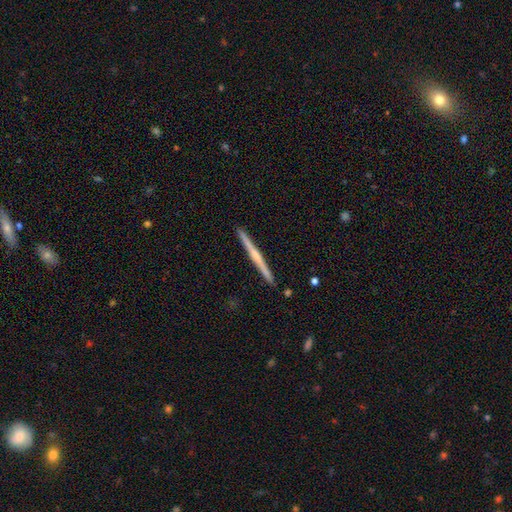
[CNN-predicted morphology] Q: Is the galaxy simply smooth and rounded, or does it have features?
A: featured or disk — 65%.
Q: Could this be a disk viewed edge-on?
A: yes — 98%.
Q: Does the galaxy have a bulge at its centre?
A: rounded — 49%.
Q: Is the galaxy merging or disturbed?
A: none — 93%.